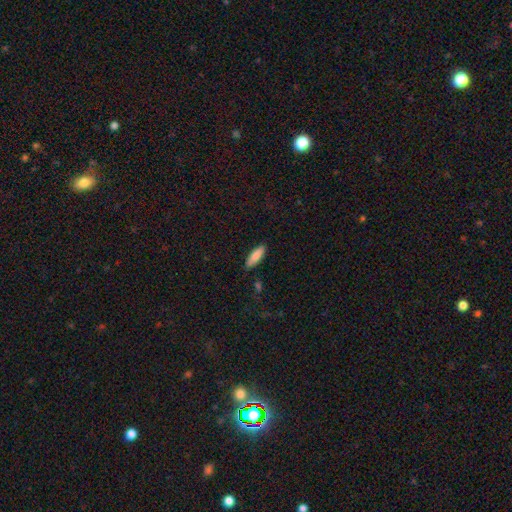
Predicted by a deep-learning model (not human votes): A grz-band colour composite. It shows a smooth galaxy with no disk features (84%) that is in between round and cigar-shaped (49%, tied with cigar-shaped). Merging: none (86%).